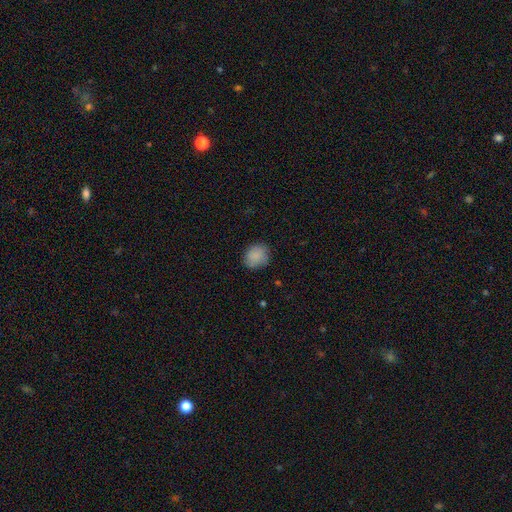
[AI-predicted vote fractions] Q: Smooth or featured?
A: smooth (87%); runner-up: star or artifact (8%)
Q: How rounded?
A: round (61%); runner-up: in between (38%)
Q: Merging?
A: none (80%); runner-up: minor disturbance (15%)